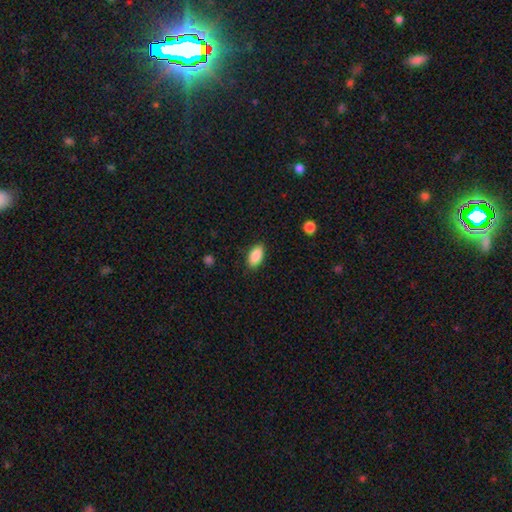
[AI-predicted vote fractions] smooth-or-featured: smooth: 89% | star or artifact: 7% | featured or disk: 4%
  how-rounded: in between: 91% | cigar-shaped: 6% | round: 3%
  merging: none: 87% | minor disturbance: 9% | major disturbance: 2% | merger: 1%